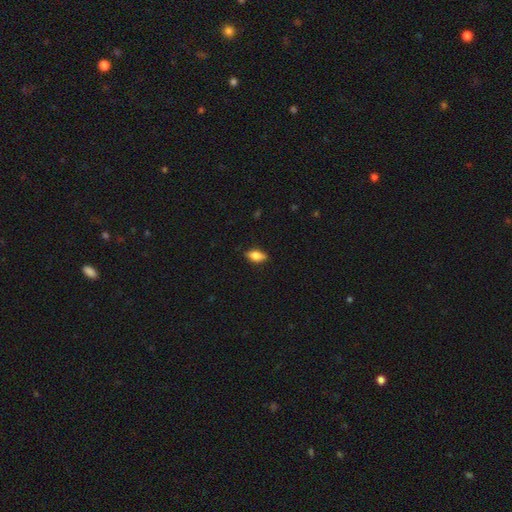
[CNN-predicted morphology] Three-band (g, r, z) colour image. It shows a smooth galaxy with no disk features (71%) that is in between round and cigar-shaped (86%). Merging: none (85%).